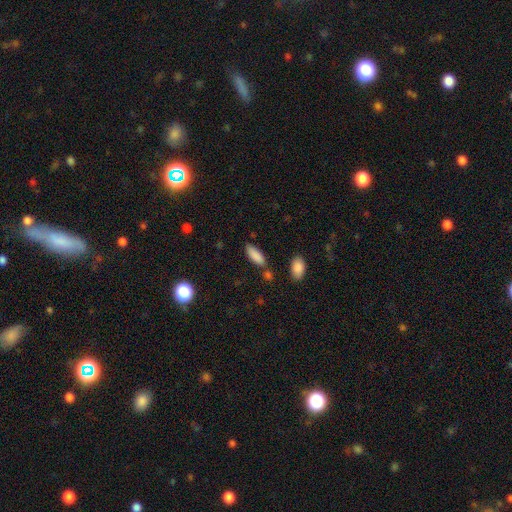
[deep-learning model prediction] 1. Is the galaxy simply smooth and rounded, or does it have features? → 87% smooth, 7% star or artifact, 5% featured or disk.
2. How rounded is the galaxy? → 70% in between, 28% cigar-shaped, 2% round.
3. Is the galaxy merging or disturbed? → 74% none, 15% minor disturbance, 8% merger, 4% major disturbance.